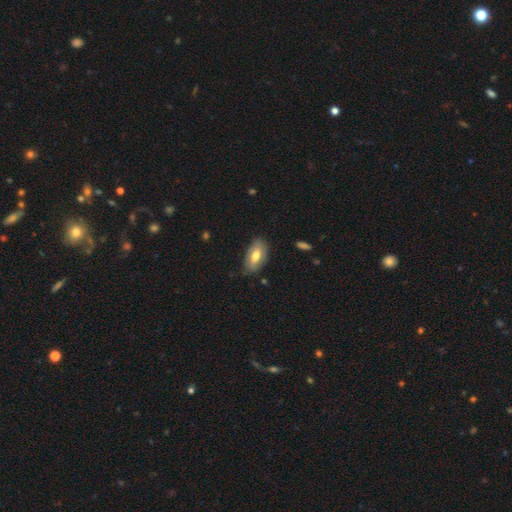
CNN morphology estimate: Smooth or featured? Predicted: smooth (p=0.64). How rounded? Predicted: in between (p=0.92). Merging? Predicted: none (p=0.76).